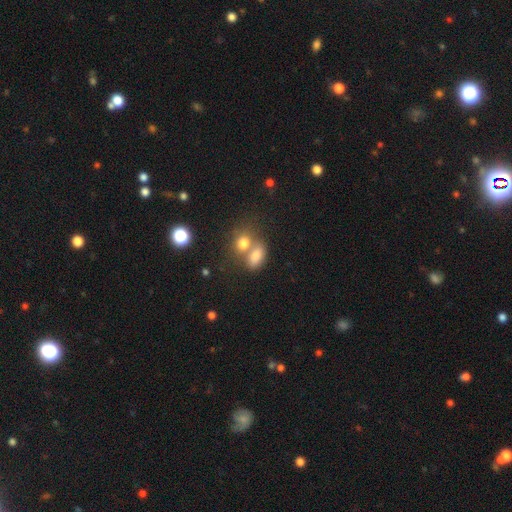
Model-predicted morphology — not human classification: Overall: smooth (76%). How rounded: in between (77%). Merging: merger (54%; none 33%).